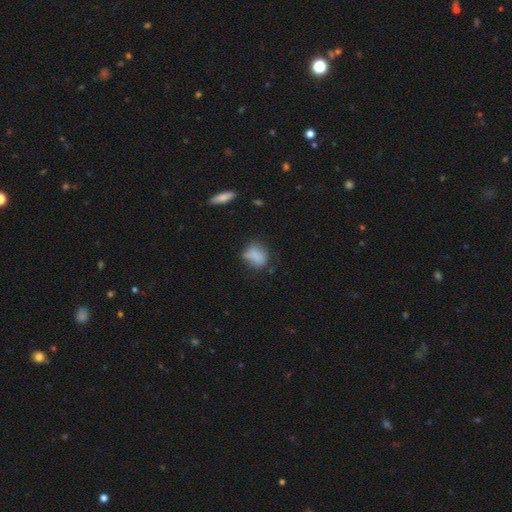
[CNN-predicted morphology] A smooth galaxy with no disk features (76%) that is in between round and cigar-shaped (62%). Merging: none (51%).